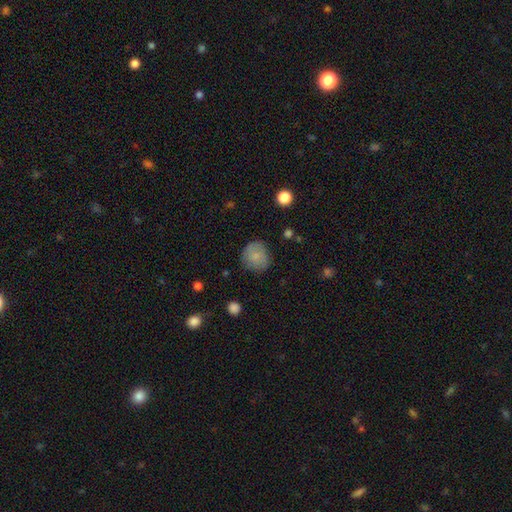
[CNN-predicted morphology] smooth_or_featured: smooth (p=0.77) [alt: featured or disk p=0.14]
how_rounded: round (p=0.84) [alt: in between p=0.15]
merging: none (p=0.74) [alt: minor disturbance p=0.19]